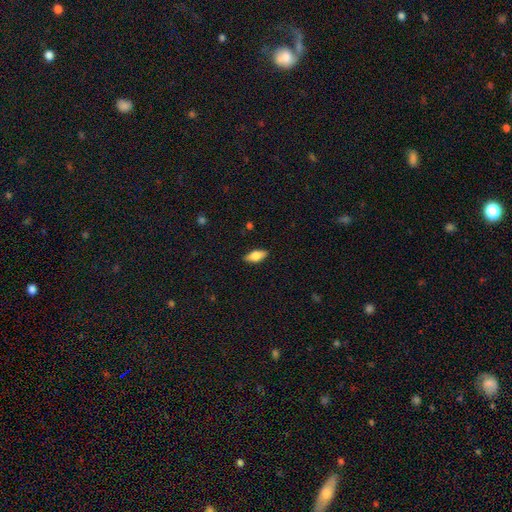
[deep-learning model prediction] Morphology: type=smooth (71%); roundness=in between (82%); merging=none (87%).